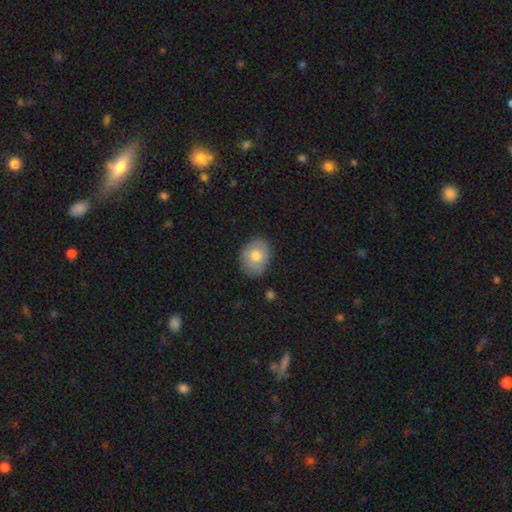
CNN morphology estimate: Smooth or featured? Predicted: smooth (p=0.74). How rounded? Predicted: in between (p=0.60). Merging? Predicted: none (p=0.80).